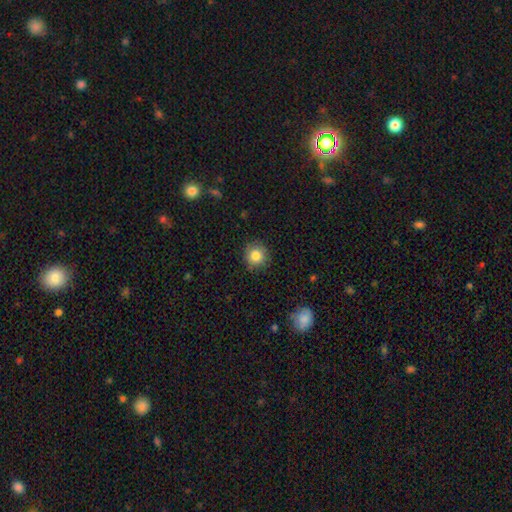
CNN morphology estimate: Q: Smooth or featured?
A: smooth (84%); runner-up: star or artifact (10%)
Q: How rounded?
A: round (92%); runner-up: in between (7%)
Q: Merging?
A: none (86%); runner-up: minor disturbance (10%)